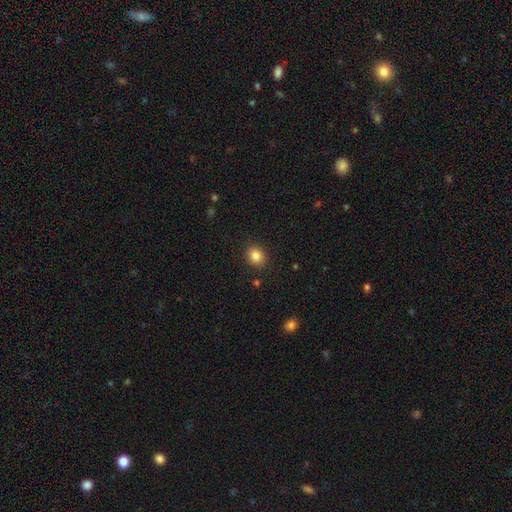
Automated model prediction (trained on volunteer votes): Smooth or featured: smooth — 85% (star or artifact — 10%)
How rounded: round — 66% (in between — 33%)
Merging: none — 88% (minor disturbance — 8%)